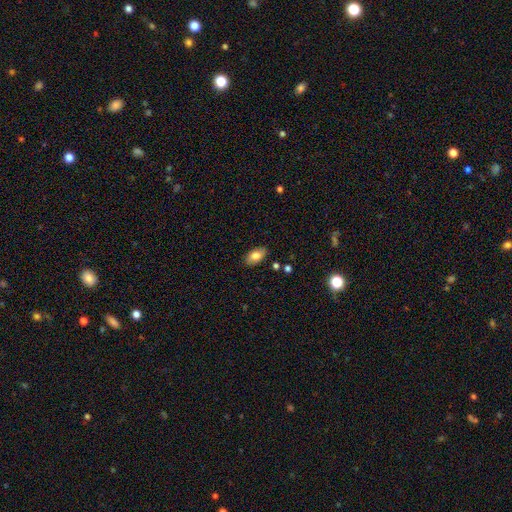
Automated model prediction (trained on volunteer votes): This is likely a smooth galaxy (79%). How rounded: clearly in between (92%). Merging: clearly none (85%).